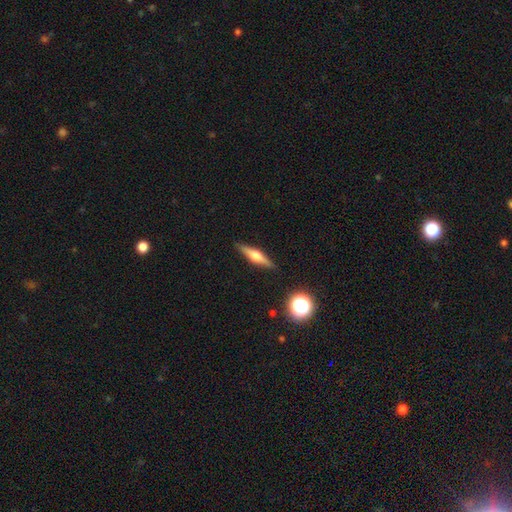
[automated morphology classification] Smooth or featured? featured or disk (64%)
Edge-on disk? yes (96%)
Edge-on bulge? rounded (92%)
Merging? none (89%)